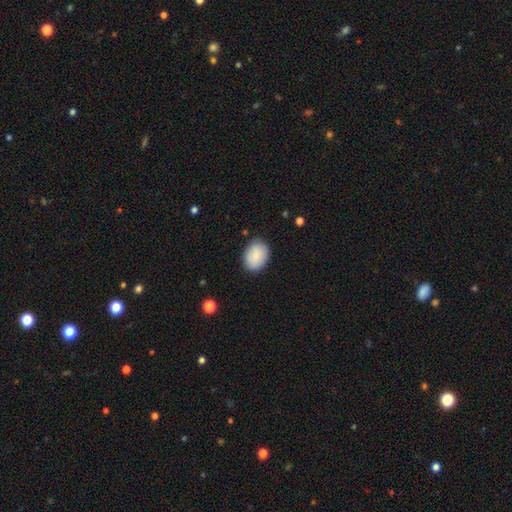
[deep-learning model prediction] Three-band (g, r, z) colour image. It shows a smooth galaxy with no disk features (85%) that is in between round and cigar-shaped (68%). Merging: none (84%).